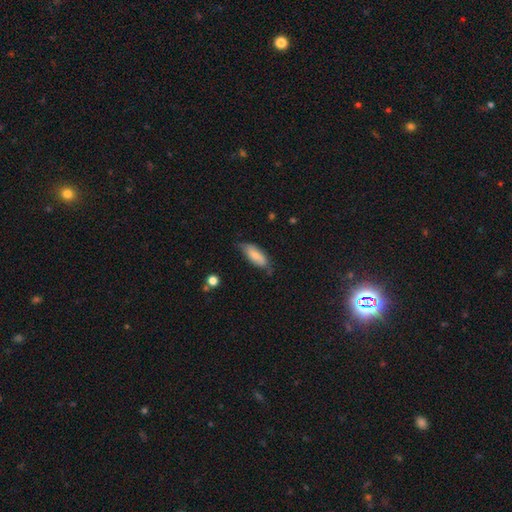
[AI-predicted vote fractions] smooth_or_featured: smooth (p=0.76) [alt: featured or disk p=0.18]
how_rounded: in between (p=0.72) [alt: cigar-shaped p=0.26]
merging: none (p=0.57) [alt: minor disturbance p=0.33]